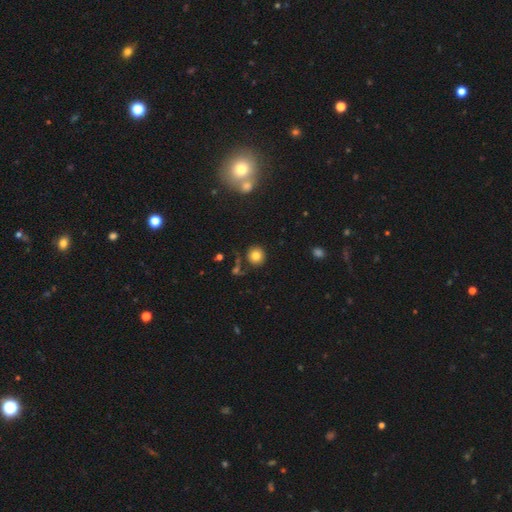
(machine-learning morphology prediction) Smooth or featured? Predicted: smooth (p=0.81). How rounded? Predicted: round (p=0.91). Merging? Predicted: none (p=0.82).